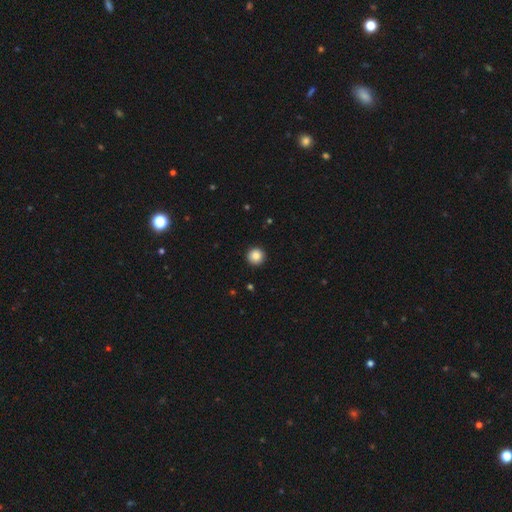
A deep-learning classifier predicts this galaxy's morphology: smooth_or_featured: smooth (p=0.86) [alt: star or artifact p=0.09]
how_rounded: round (p=0.96) [alt: in between p=0.03]
merging: none (p=0.93) [alt: minor disturbance p=0.05]